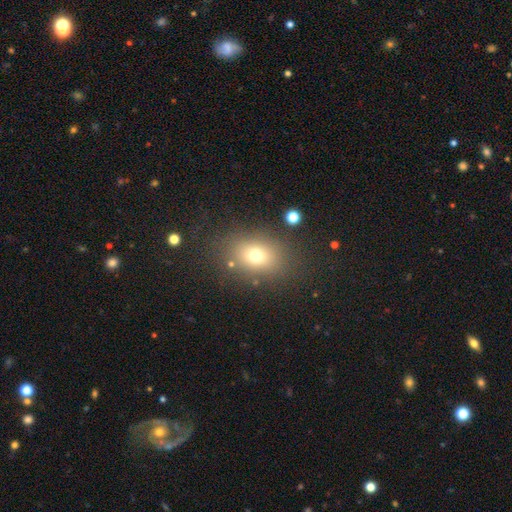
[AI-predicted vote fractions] This is likely a smooth galaxy (72%). How rounded: likely in between (60%). Merging: clearly none (80%).